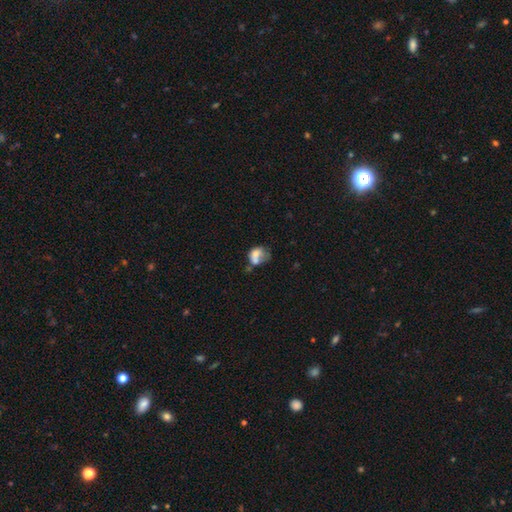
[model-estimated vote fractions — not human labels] smooth_or_featured: smooth (p=0.62) [alt: featured or disk p=0.27]
how_rounded: in between (p=0.57) [alt: round p=0.41]
merging: merger (p=0.39) [alt: none p=0.22]